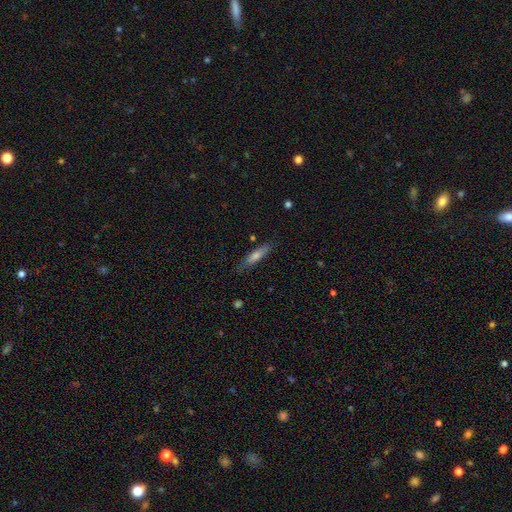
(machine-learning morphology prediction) This is possibly a smooth galaxy (57%). How rounded: clearly cigar-shaped (82%). Merging: clearly none (83%).